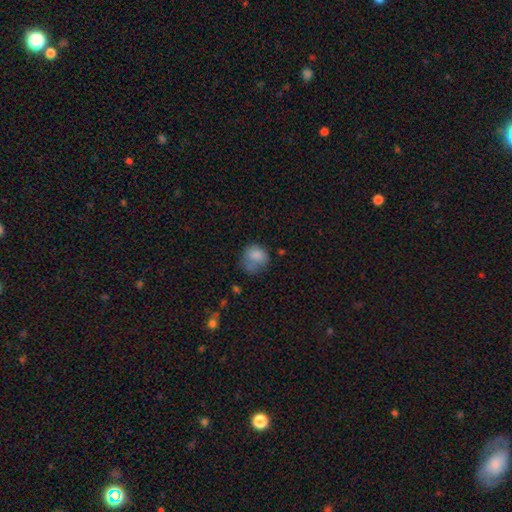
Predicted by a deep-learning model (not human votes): Smooth or featured?
  - smooth: 79% *
  - featured or disk: 12%
  - star or artifact: 9%
How rounded?
  - round: 71% *
  - in between: 28%
  - cigar-shaped: 1%
Merging?
  - none: 46% *
  - minor disturbance: 28%
  - major disturbance: 15%
  - merger: 10%